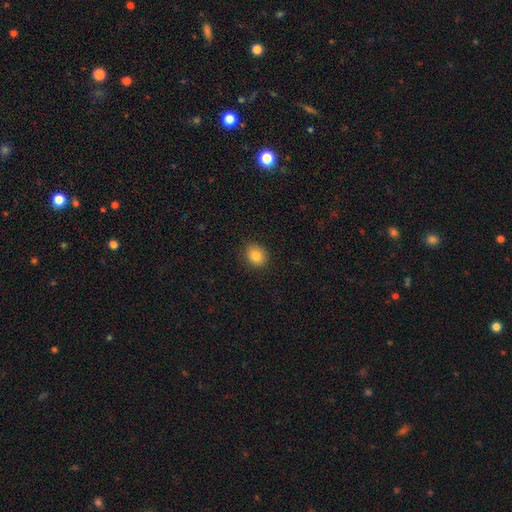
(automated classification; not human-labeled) smooth_or_featured: smooth (p=0.83) [alt: star or artifact p=0.10]
how_rounded: round (p=0.69) [alt: in between p=0.31]
merging: none (p=0.89) [alt: minor disturbance p=0.08]